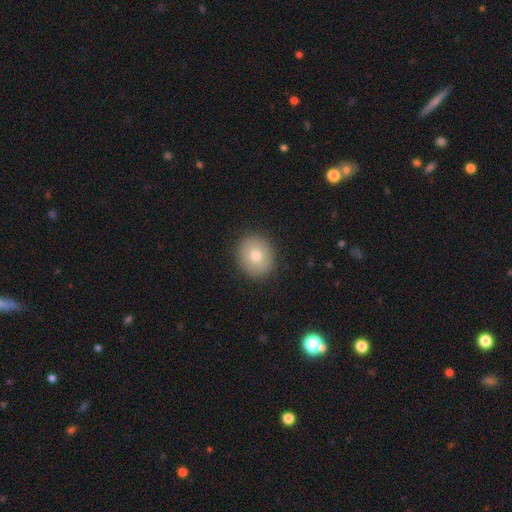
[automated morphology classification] This appears to be a smooth galaxy with no disk features (76%) that is round (74%). Merging: none (91%).